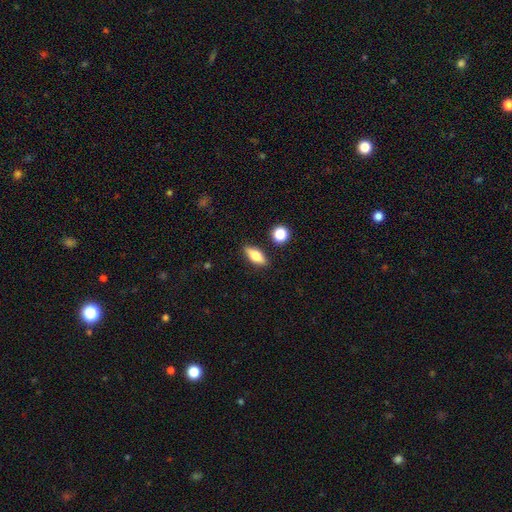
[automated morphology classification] Q: Smooth or featured?
A: smooth (68%); runner-up: featured or disk (24%)
Q: How rounded?
A: in between (71%); runner-up: cigar-shaped (23%)
Q: Merging?
A: none (85%); runner-up: minor disturbance (10%)